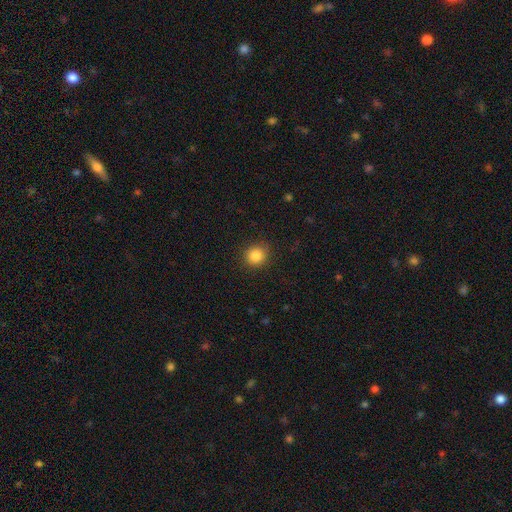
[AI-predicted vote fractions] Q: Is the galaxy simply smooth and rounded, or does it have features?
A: smooth — 86%.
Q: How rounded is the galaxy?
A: round — 90%.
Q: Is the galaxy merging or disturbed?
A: none — 88%.